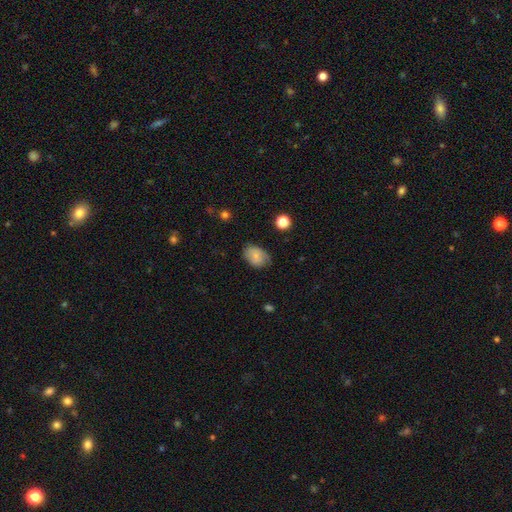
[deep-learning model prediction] Smooth or featured: smooth — 69% (featured or disk — 22%)
How rounded: in between — 78% (round — 21%)
Merging: none — 62% (minor disturbance — 29%)